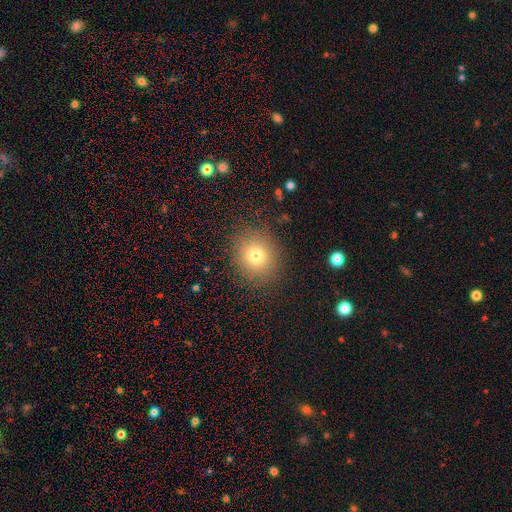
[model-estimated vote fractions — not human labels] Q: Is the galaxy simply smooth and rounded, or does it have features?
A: smooth — 75%.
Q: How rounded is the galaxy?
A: round — 82%.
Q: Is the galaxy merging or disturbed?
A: none — 87%.